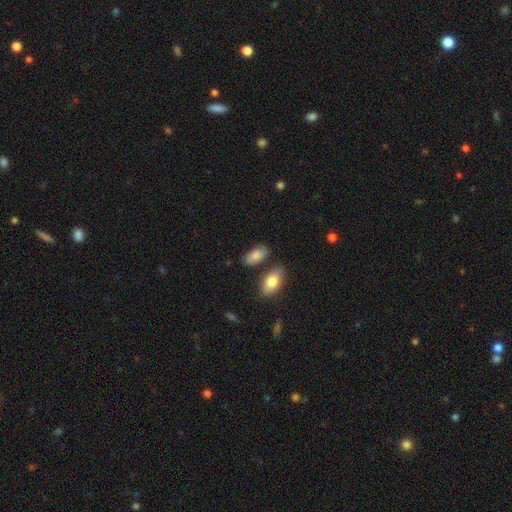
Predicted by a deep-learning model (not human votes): Smooth or featured? smooth (81%)
How rounded? in between (93%)
Merging? none (69%)